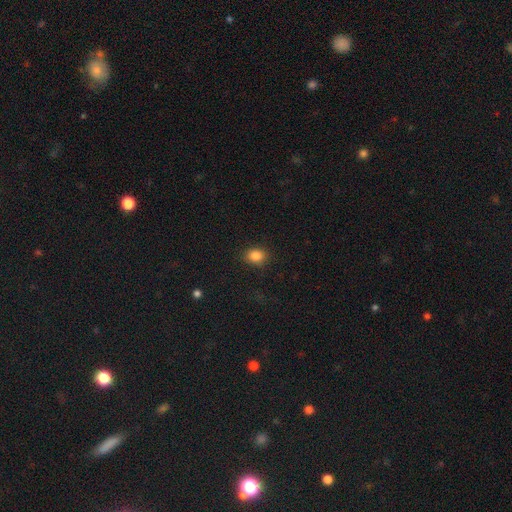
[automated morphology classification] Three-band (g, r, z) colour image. It shows a smooth galaxy with no disk features (85%) that is in between round and cigar-shaped (52%). Merging: none (88%).